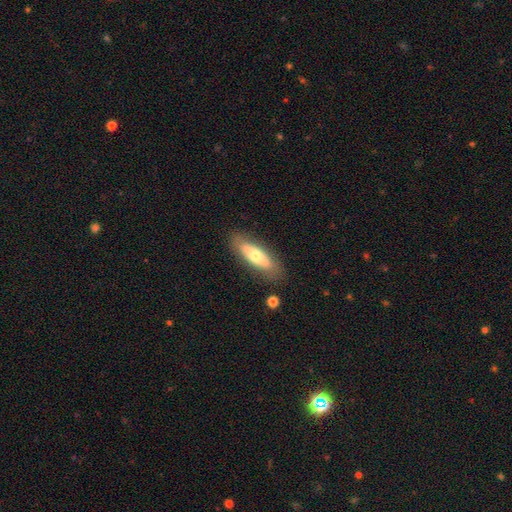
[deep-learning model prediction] This is possibly a smooth galaxy (59%). How rounded: possibly in between (58%). Merging: clearly none (81%).